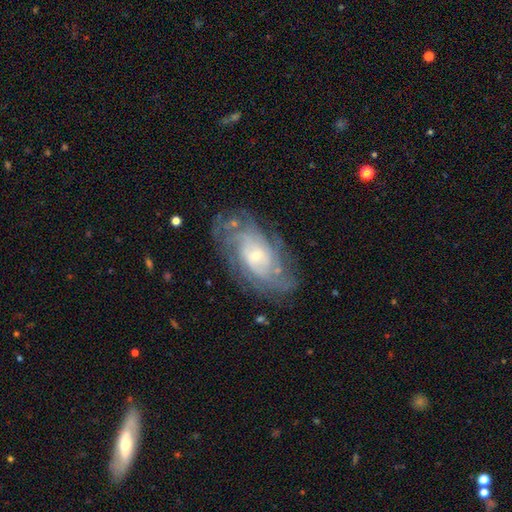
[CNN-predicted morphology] Smooth or featured: featured or disk — 82% (smooth — 11%)
Edge-on disk: no — 95% (yes — 5%)
Bar: no — 67% (weak — 27%)
Spiral arms: yes — 92% (no — 8%)
Spiral winding: tight — 61% (medium — 30%)
Spiral arm count: can't tell — 45% (4 — 16%)
Bulge size: small — 71% (moderate — 23%)
Merging: none — 72% (minor disturbance — 18%)